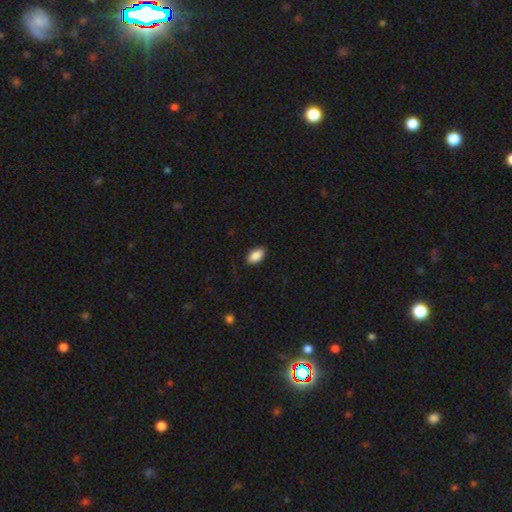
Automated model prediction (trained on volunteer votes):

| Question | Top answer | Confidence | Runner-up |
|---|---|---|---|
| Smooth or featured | smooth | 88% | star or artifact (7%) |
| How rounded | in between | 93% | round (4%) |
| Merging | none | 85% | minor disturbance (11%) |